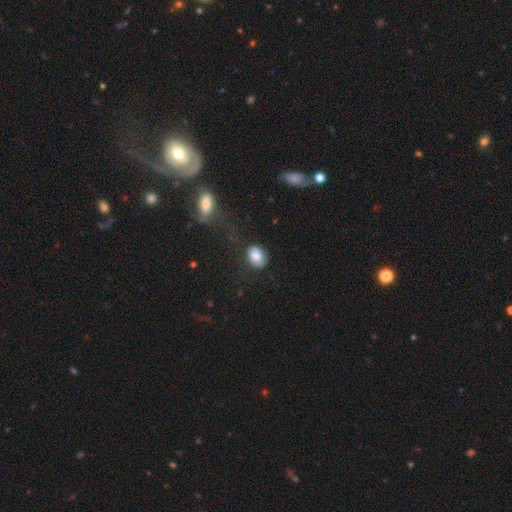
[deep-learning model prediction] Overall: smooth (82%). How rounded: in between (67%; round 32%). Merging: none (70%).